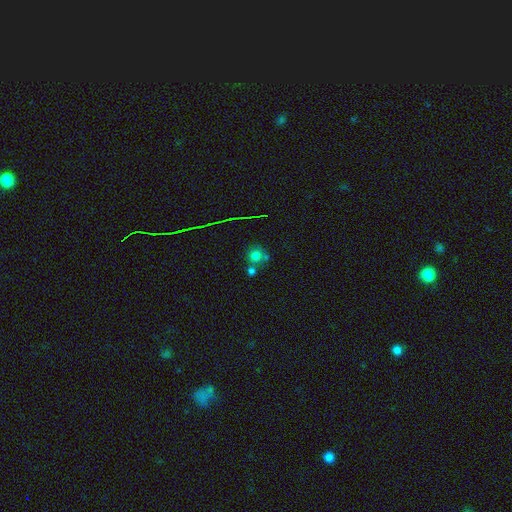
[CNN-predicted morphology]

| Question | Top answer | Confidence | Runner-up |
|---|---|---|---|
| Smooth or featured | smooth | 69% | star or artifact (19%) |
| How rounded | round | 88% | in between (11%) |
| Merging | none | 57% | merger (28%) |